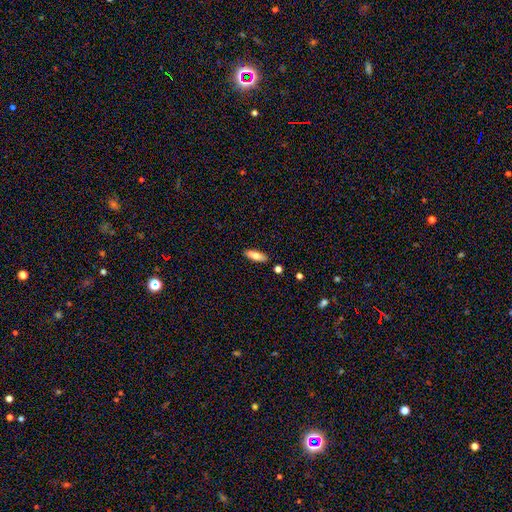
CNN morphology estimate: Overall: smooth (72%). How rounded: in between (57%; cigar-shaped 41%). Merging: none (85%).